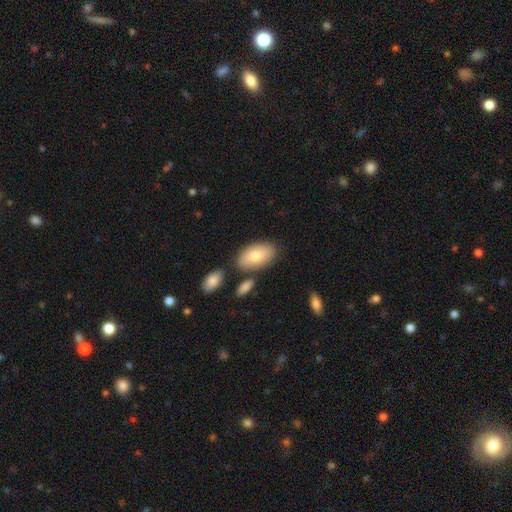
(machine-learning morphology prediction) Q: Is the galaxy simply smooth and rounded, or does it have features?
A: smooth — 76%.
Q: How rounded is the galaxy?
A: in between — 93%.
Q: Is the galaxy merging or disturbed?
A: none — 72%.